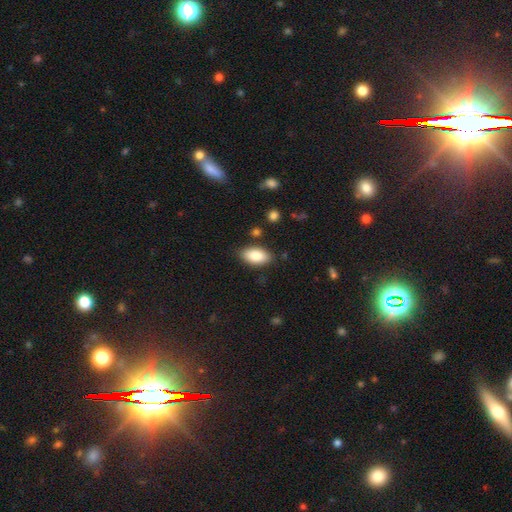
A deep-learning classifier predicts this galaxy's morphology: Overall: smooth (87%). How rounded: in between (93%). Merging: none (84%).